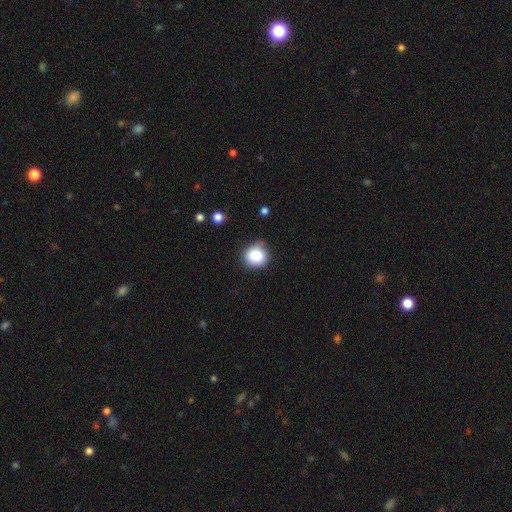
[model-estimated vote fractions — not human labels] A smooth galaxy with no disk features (86%) that is round (85%).

Vote fractions:
- Smooth or featured? smooth: 86% / star or artifact: 9% / featured or disk: 5%
- How rounded? round: 85% / in between: 15% / cigar-shaped: 1%
- Merging? none: 67% / minor disturbance: 25% / major disturbance: 5% / merger: 2%